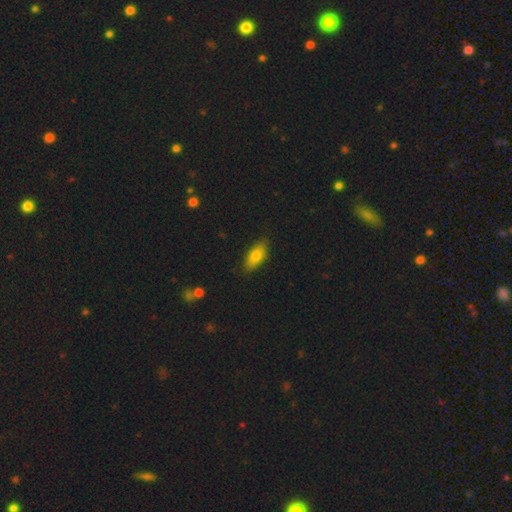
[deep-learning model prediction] A smooth galaxy with no disk features (75%) that is in between round and cigar-shaped (83%).

Vote fractions:
- Smooth or featured? smooth: 75% / featured or disk: 17% / star or artifact: 8%
- How rounded? in between: 83% / cigar-shaped: 13% / round: 4%
- Merging? none: 84% / minor disturbance: 12% / major disturbance: 2% / merger: 1%